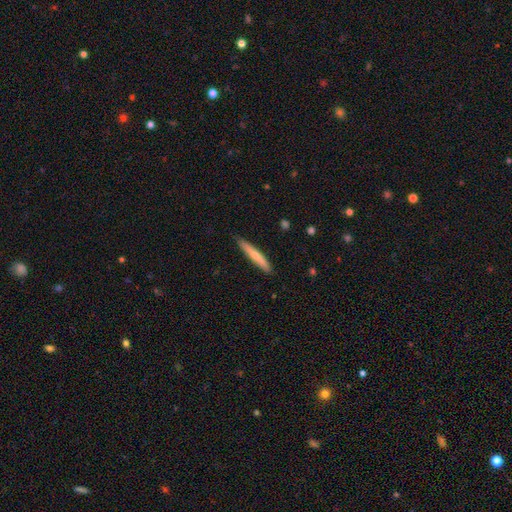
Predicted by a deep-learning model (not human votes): The model was most divided on "smooth or featured": smooth: 64%, featured or disk: 31%, star or artifact: 5%. More confident: how rounded — cigar-shaped (94%); merging — none (86%).